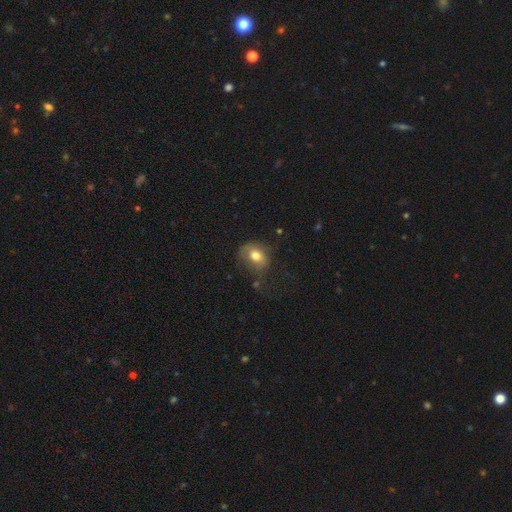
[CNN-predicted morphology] A smooth galaxy with no disk features (73%) that is round (51%).

Vote fractions:
- Smooth or featured? smooth: 73% / featured or disk: 18% / star or artifact: 9%
- How rounded? round: 51% / in between: 48% / cigar-shaped: 1%
- Merging? none: 55% / minor disturbance: 27% / major disturbance: 15% / merger: 3%